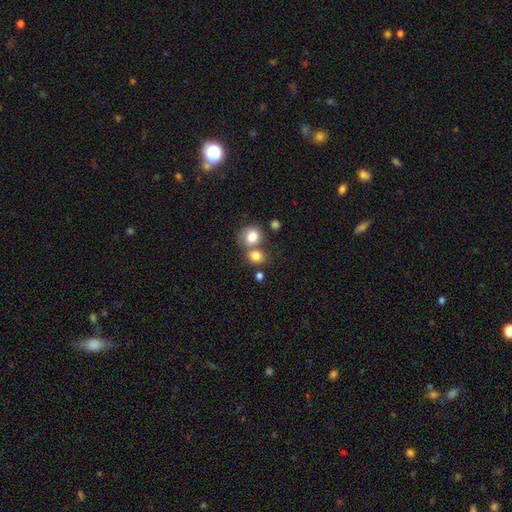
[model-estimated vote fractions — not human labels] smooth-or-featured: smooth: 80% | star or artifact: 10% | featured or disk: 10%
  how-rounded: round: 67% | in between: 32% | cigar-shaped: 1%
  merging: merger: 45% | none: 43% | minor disturbance: 9% | major disturbance: 4%